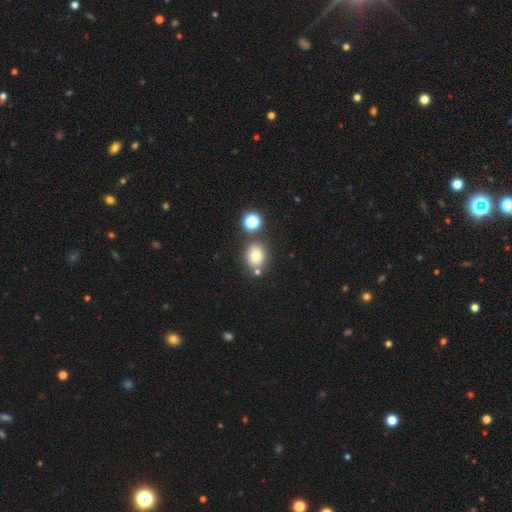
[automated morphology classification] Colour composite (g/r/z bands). It shows a smooth galaxy with no disk features (76%) that is round (57%). Merging: none (69%).